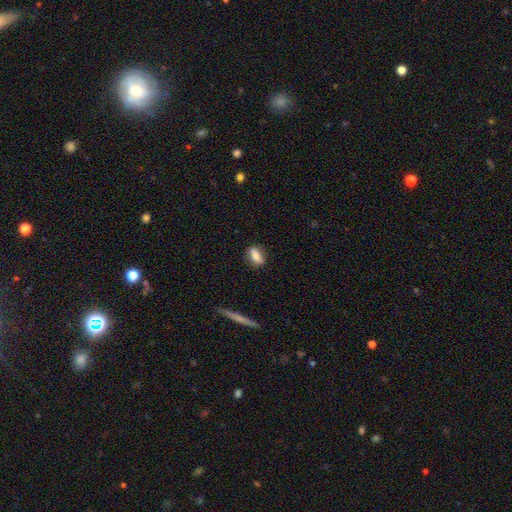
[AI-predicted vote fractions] Smooth or featured: smooth — 76% (featured or disk — 16%)
How rounded: in between — 74% (cigar-shaped — 17%)
Merging: none — 83% (minor disturbance — 12%)